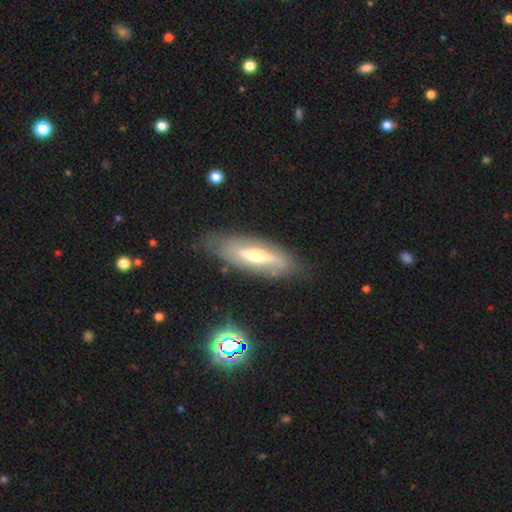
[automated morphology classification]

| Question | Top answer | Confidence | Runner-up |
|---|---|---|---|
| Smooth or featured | featured or disk | 66% | smooth (26%) |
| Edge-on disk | no | 74% | yes (26%) |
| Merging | none | 77% | minor disturbance (16%) |